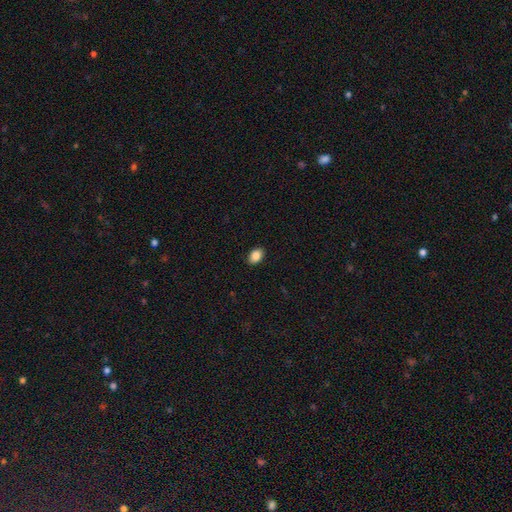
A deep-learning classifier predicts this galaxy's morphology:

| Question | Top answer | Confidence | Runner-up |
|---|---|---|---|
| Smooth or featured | smooth | 87% | star or artifact (8%) |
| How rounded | in between | 81% | round (18%) |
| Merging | none | 90% | minor disturbance (7%) |